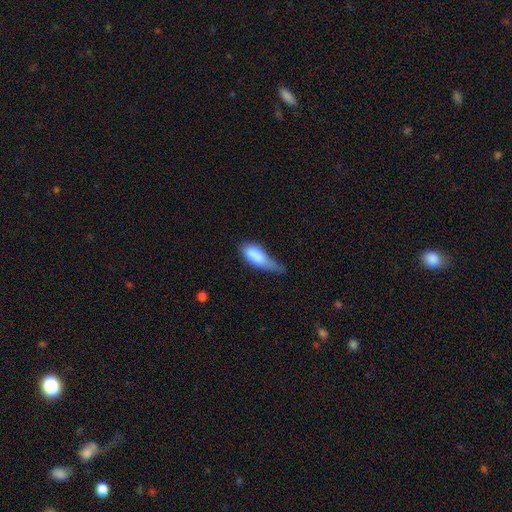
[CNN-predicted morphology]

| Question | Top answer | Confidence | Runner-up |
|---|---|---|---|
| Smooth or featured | smooth | 82% | featured or disk (11%) |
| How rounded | in between | 73% | cigar-shaped (25%) |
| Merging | minor disturbance | 46% | major disturbance (31%) |